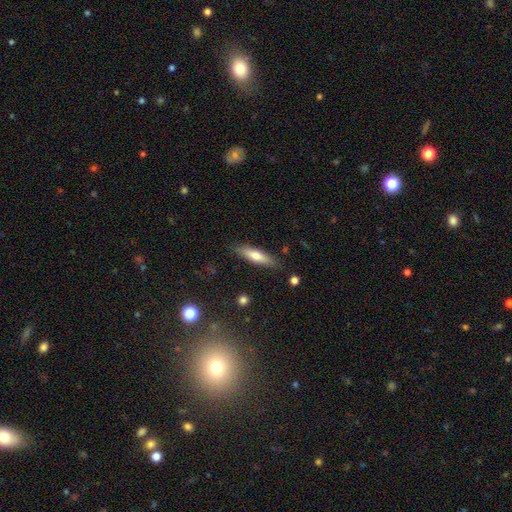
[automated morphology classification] Smooth or featured?
  - smooth: 66% *
  - featured or disk: 28%
  - star or artifact: 6%
How rounded?
  - cigar-shaped: 69% *
  - in between: 29%
  - round: 2%
Merging?
  - none: 86% *
  - minor disturbance: 10%
  - major disturbance: 2%
  - merger: 2%